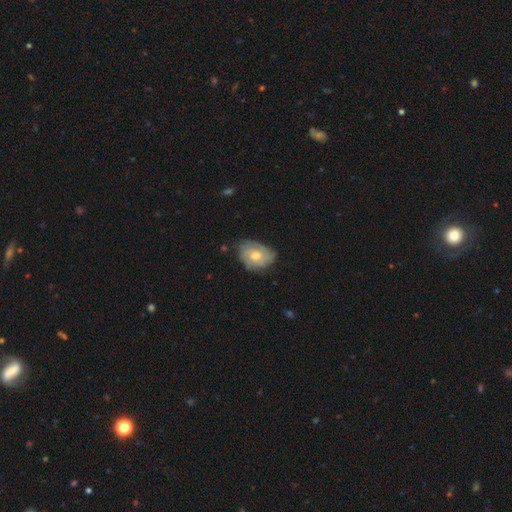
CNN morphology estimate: smooth-or-featured: featured or disk: 57% | smooth: 35% | star or artifact: 8%
  disk-edge-on: no: 96% | yes: 4%
    bar: no: 79% | weak: 18% | strong: 3%
    has-spiral-arms: yes: 78% | no: 22%
    bulge-size: moderate: 73% | small: 19% | large: 6% | none: 1% | dominant: 1%
  merging: none: 67% | minor disturbance: 25% | major disturbance: 6% | merger: 1%